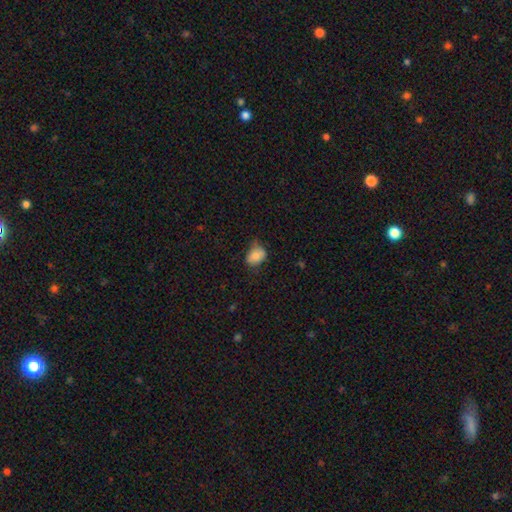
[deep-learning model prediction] A smooth galaxy with no disk features (77%) that is in between round and cigar-shaped (63%). Merging: none (52%).